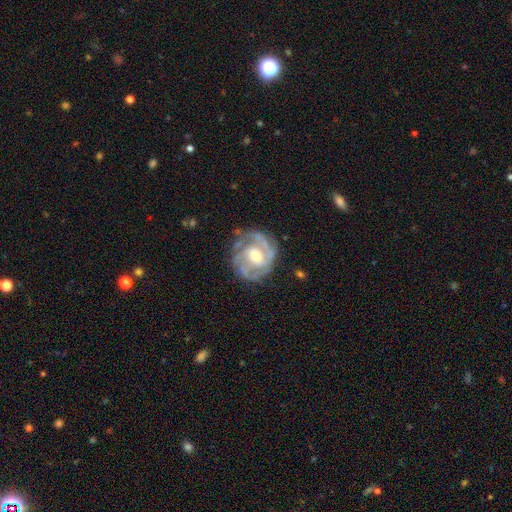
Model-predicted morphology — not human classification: type=featured or disk (87%); edge-on=no (98%); bar=no (45%); spiral arms=yes (94%); winding=tight (57%); arm count=2 (40%); bulge=moderate (66%); merging=none (74%).